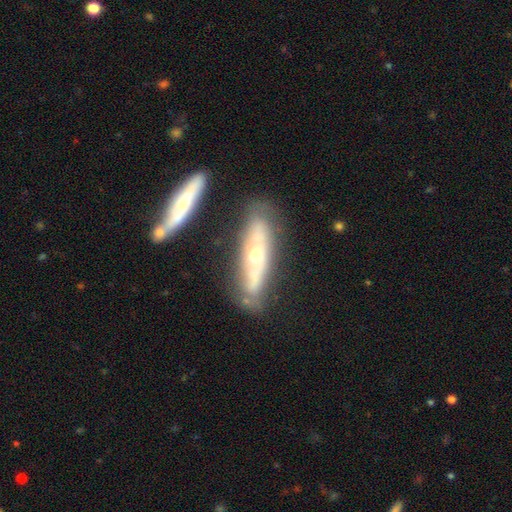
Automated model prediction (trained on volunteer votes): smooth_or_featured: featured or disk (p=0.63) [alt: smooth p=0.31]
disk_edge_on: no (p=0.57) [alt: yes p=0.43]
merging: none (p=0.67) [alt: minor disturbance p=0.18]